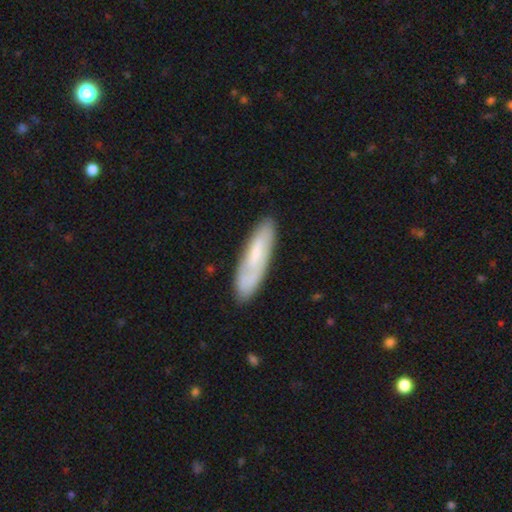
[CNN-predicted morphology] The model was most divided on "smooth or featured": smooth: 52%, featured or disk: 41%, star or artifact: 6%. More confident: merging — none (80%); how rounded — cigar-shaped (68%).